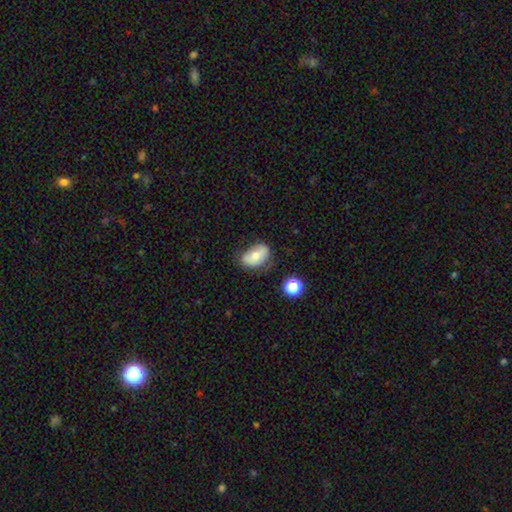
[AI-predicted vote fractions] This is likely a smooth galaxy (64%). How rounded: clearly in between (86%). Merging: possibly none (58%).